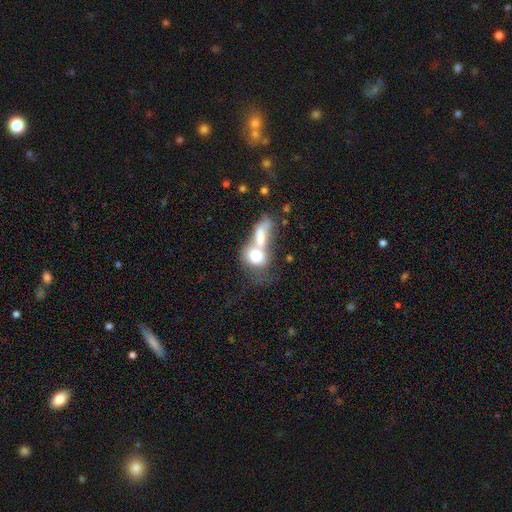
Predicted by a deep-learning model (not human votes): This appears to be a smooth galaxy with no disk features (68%) that is in between round and cigar-shaped (58%). Merging: merger (72%).